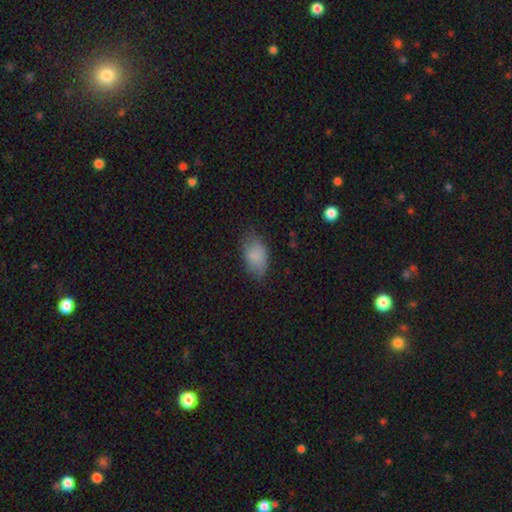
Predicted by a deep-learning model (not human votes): Smooth or featured? Predicted: smooth (p=0.83). How rounded? Predicted: in between (p=0.92). Merging? Predicted: none (p=0.65).